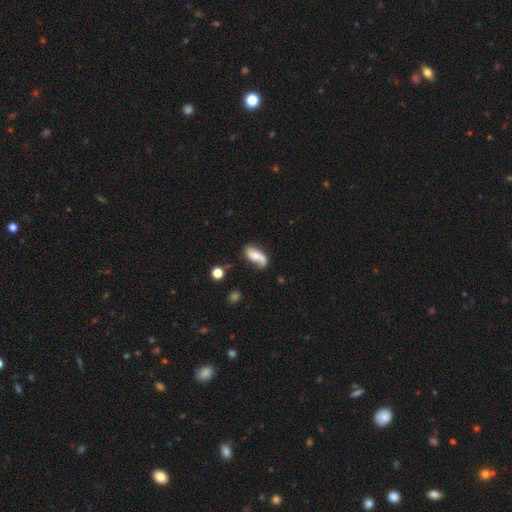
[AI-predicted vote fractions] A featured or disk galaxy (53%).

Vote fractions:
- Smooth or featured? featured or disk: 53% / smooth: 39% / star or artifact: 8%
- Edge-on disk? no: 91% / yes: 9%
- Merging? none: 51% / minor disturbance: 26% / major disturbance: 16% / merger: 7%